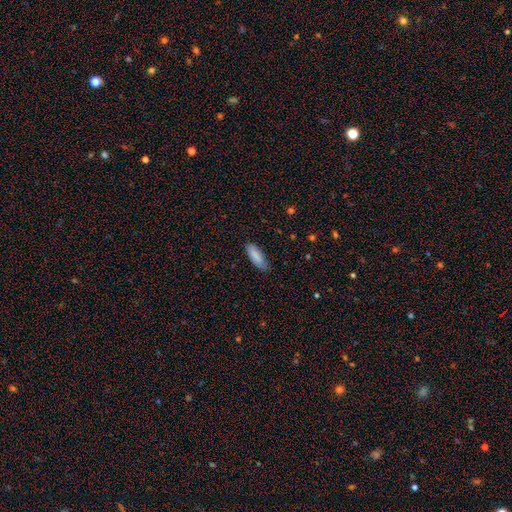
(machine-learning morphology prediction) type=smooth (87%); roundness=in between (65%); merging=none (79%).